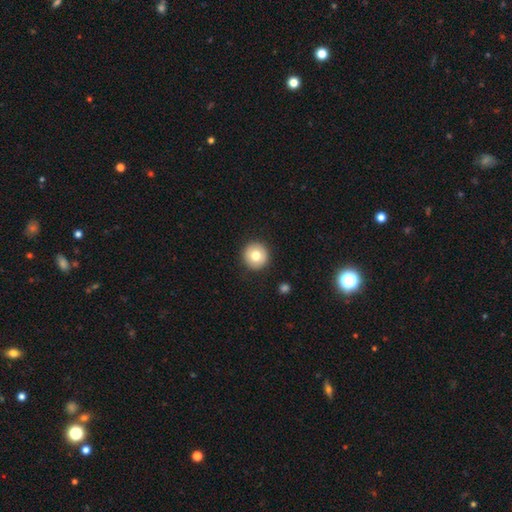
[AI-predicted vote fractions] smooth 76%, featured or disk 15%, star or artifact 9%. Down the decision tree: how rounded — round (96%); merging — none (92%).